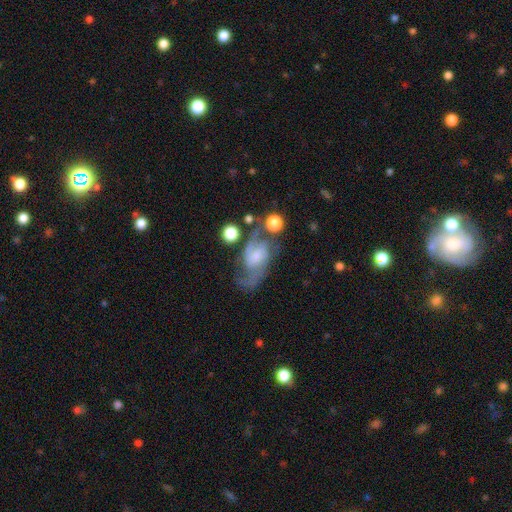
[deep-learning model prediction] smooth_or_featured: featured or disk (p=0.82) [alt: smooth p=0.11]
disk_edge_on: no (p=0.97) [alt: yes p=0.03]
bar: no (p=0.45) [alt: weak p=0.44]
has_spiral_arms: yes (p=0.95) [alt: no p=0.05]
spiral_winding: loose (p=0.46) [alt: medium p=0.44]
spiral_arm_count: 2 (p=0.90) [alt: can't tell p=0.04]
bulge_size: small (p=0.45) [alt: moderate p=0.30]
merging: none (p=0.55) [alt: minor disturbance p=0.20]